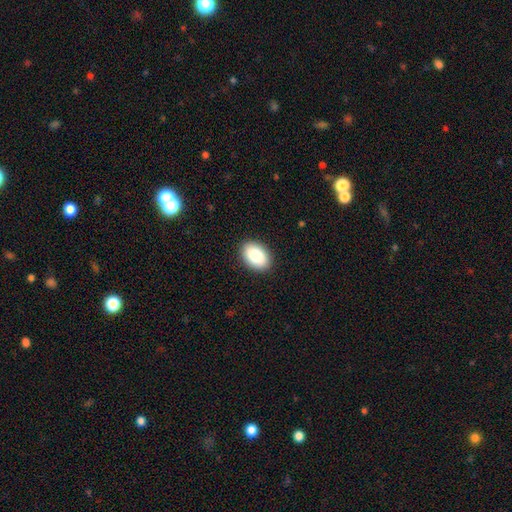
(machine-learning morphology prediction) smooth_or_featured: smooth (p=0.85) [alt: featured or disk p=0.08]
how_rounded: in between (p=0.85) [alt: round p=0.14]
merging: none (p=0.90) [alt: minor disturbance p=0.07]